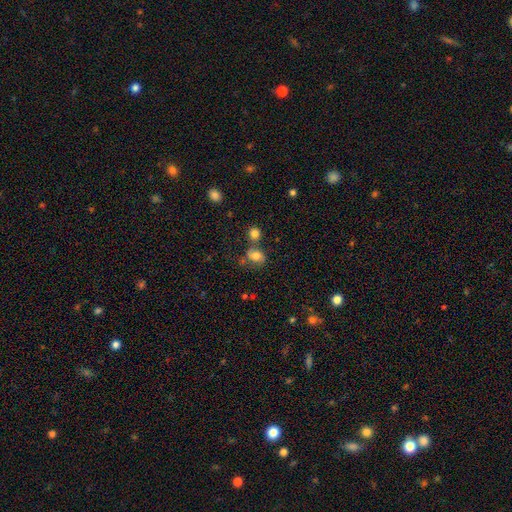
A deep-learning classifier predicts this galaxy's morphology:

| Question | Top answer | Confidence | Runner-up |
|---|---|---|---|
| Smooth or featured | smooth | 72% | featured or disk (15%) |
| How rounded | round | 52% | in between (46%) |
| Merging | none | 48% | merger (27%) |